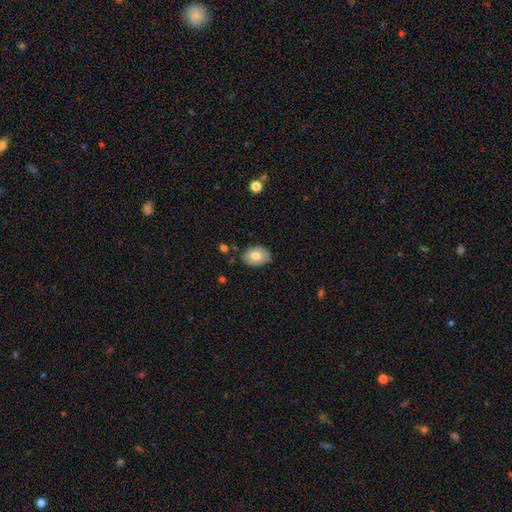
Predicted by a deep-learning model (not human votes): Smooth or featured: smooth — 73% (featured or disk — 20%)
How rounded: in between — 83% (round — 16%)
Merging: none — 78% (minor disturbance — 17%)